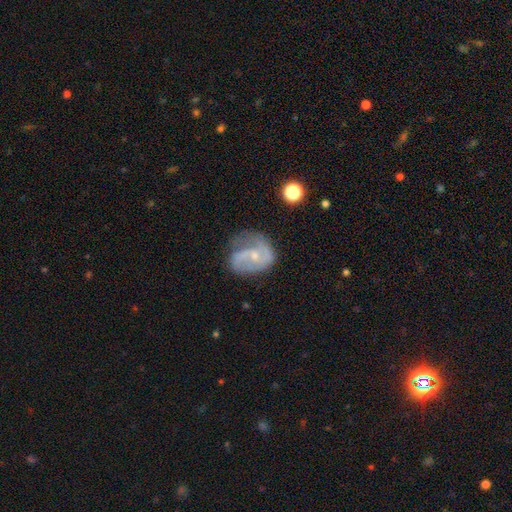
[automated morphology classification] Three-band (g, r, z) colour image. It shows a featured or disk galaxy (75%) with no bar (54%), 2 (66%) medium (45%) spiral arms (87%) and a small central bulge (64%). Merging: none (46%).